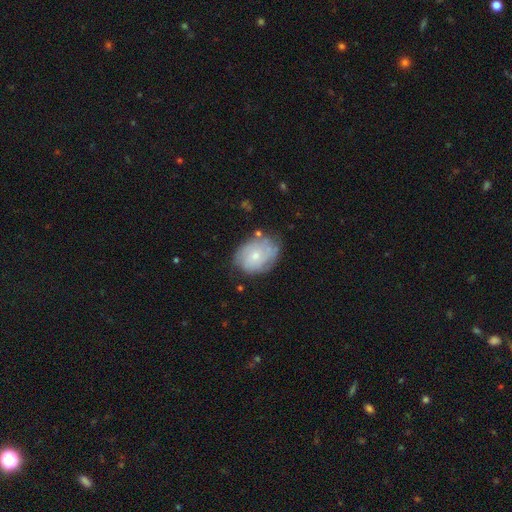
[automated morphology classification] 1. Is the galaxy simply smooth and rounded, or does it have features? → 54% featured or disk, 39% smooth, 7% star or artifact.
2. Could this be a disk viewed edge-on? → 97% no, 3% yes.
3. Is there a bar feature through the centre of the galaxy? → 81% no, 17% weak, 2% strong.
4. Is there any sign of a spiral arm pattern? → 76% yes, 24% no.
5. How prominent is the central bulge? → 63% small, 33% moderate, 2% none, 1% large, 1% dominant.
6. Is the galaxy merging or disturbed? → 66% none, 24% minor disturbance, 7% major disturbance, 3% merger.